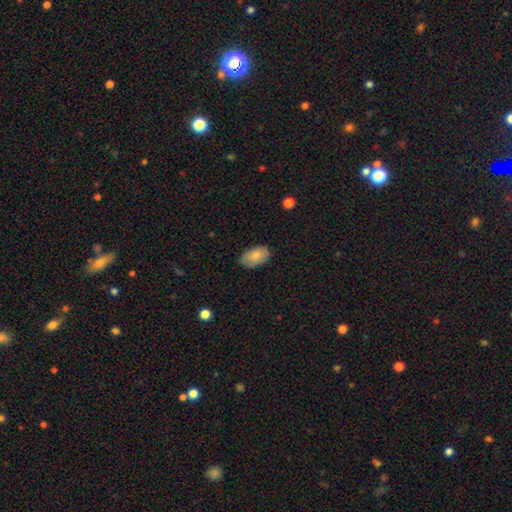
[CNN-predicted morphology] This is clearly a smooth galaxy (82%). How rounded: clearly in between (94%). Merging: likely none (79%).